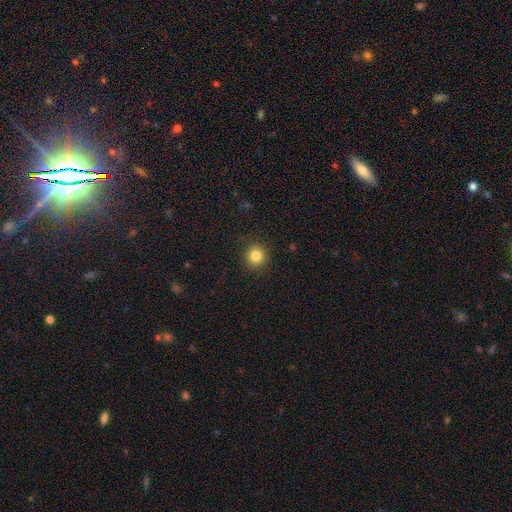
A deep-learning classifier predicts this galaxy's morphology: This is clearly a smooth galaxy (83%). How rounded: clearly round (91%). Merging: clearly none (91%).